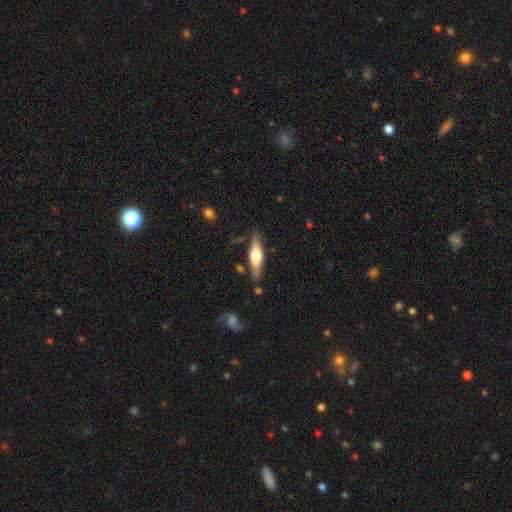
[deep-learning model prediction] A featured or disk galaxy (55%) viewed edge-on (93%) with a rounded central bulge (89%). Merging: none (80%).